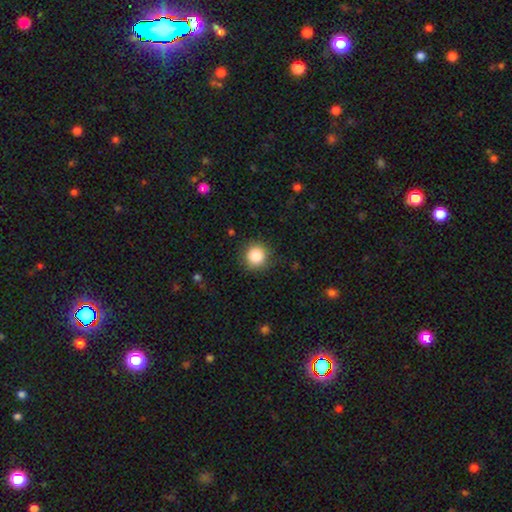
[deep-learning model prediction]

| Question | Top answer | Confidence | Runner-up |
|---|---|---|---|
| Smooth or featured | smooth | 85% | star or artifact (10%) |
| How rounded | round | 93% | in between (6%) |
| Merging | none | 89% | minor disturbance (8%) |